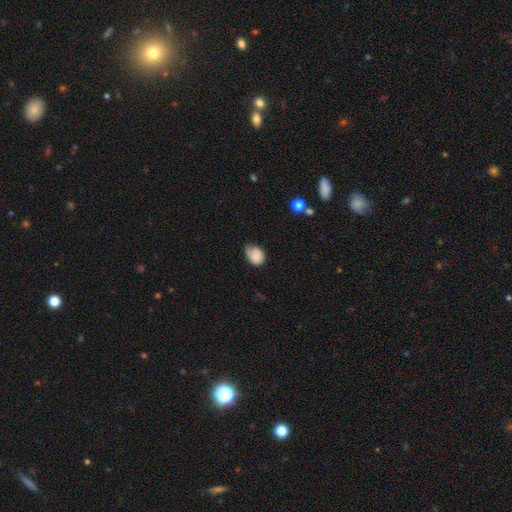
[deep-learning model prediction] Q: Smooth or featured?
A: smooth (84%); runner-up: featured or disk (8%)
Q: How rounded?
A: in between (62%); runner-up: round (37%)
Q: Merging?
A: none (45%); runner-up: minor disturbance (43%)